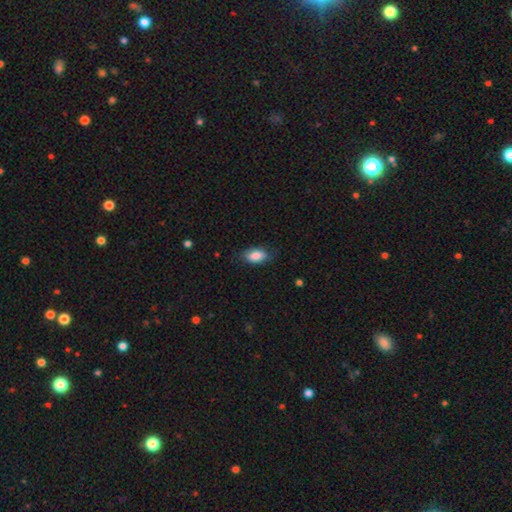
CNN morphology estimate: A smooth galaxy with no disk features (85%) that is in between round and cigar-shaped (91%). Merging: none (77%).